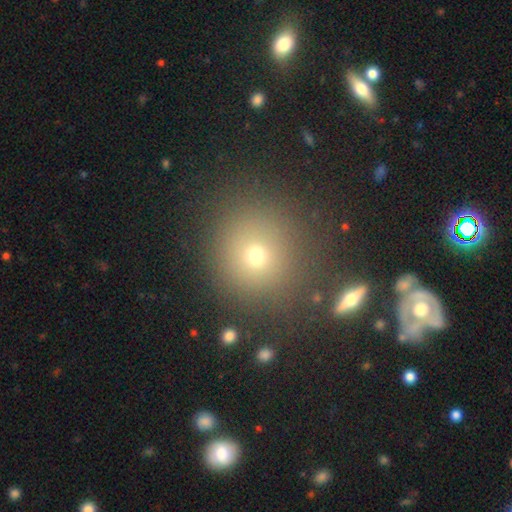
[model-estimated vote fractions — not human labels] Smooth or featured? Predicted: smooth (p=0.65). How rounded? Predicted: round (p=0.92). Merging? Predicted: none (p=0.85).